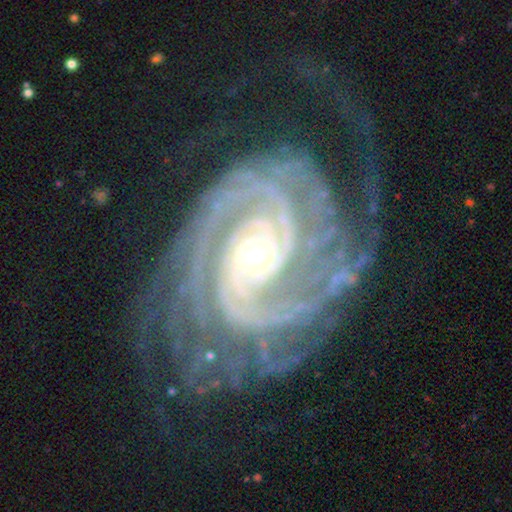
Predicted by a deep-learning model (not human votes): The model was most divided on "bulge size" (2-way tie): small: 47%, moderate: 47%, large: 3%, none: 1%, dominant: 1%. Remaining: spiral arms — yes (99%); edge-on disk — no (97%); smooth or featured — featured or disk (93%); spiral winding — tight (74%); merging — none (62%); bar — no (59%); spiral arm count — 2 (32%).